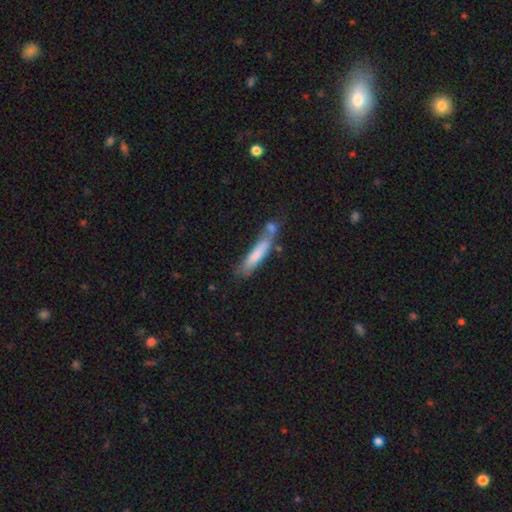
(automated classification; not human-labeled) The model was most divided on "merging": none: 54%, minor disturbance: 21%, merger: 18%, major disturbance: 7%. More confident: how rounded — cigar-shaped (88%); smooth or featured — smooth (68%).